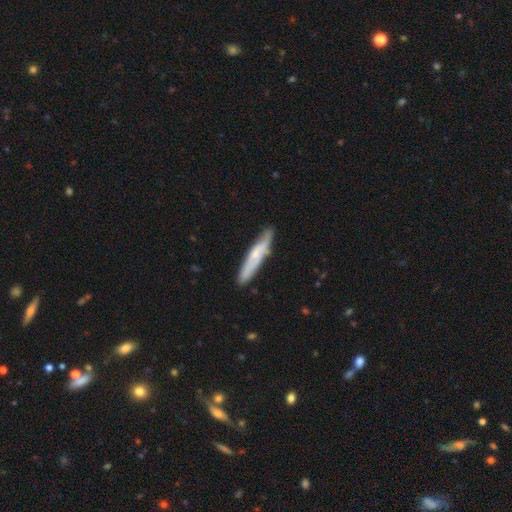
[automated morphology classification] Smooth or featured: smooth — 49% (featured or disk — 45%)
Merging: none — 79% (minor disturbance — 16%)